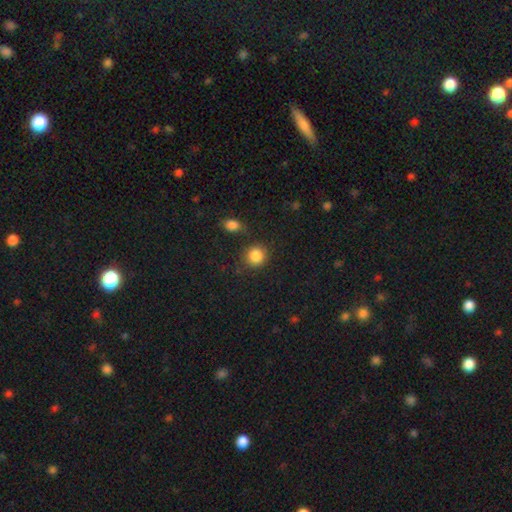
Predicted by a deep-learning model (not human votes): smooth-or-featured: smooth: 86% | star or artifact: 10% | featured or disk: 4%
  how-rounded: round: 87% | in between: 12% | cigar-shaped: 1%
  merging: none: 78% | minor disturbance: 11% | merger: 7% | major disturbance: 4%